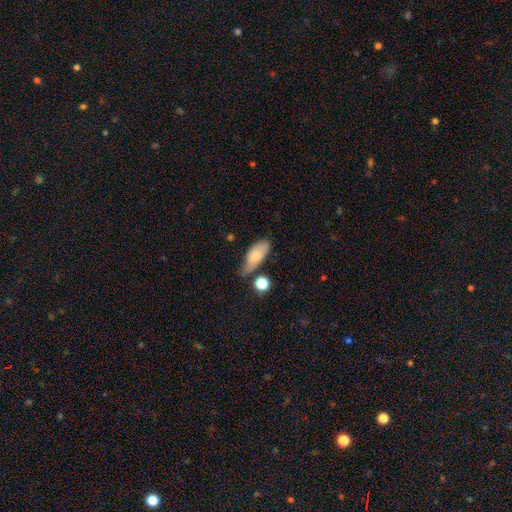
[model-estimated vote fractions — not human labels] A smooth galaxy with no disk features (71%) that is in between round and cigar-shaped (88%).

Vote fractions:
- Smooth or featured? smooth: 71% / featured or disk: 21% / star or artifact: 7%
- How rounded? in between: 88% / cigar-shaped: 9% / round: 4%
- Merging? none: 43% / minor disturbance: 36% / major disturbance: 12% / merger: 9%